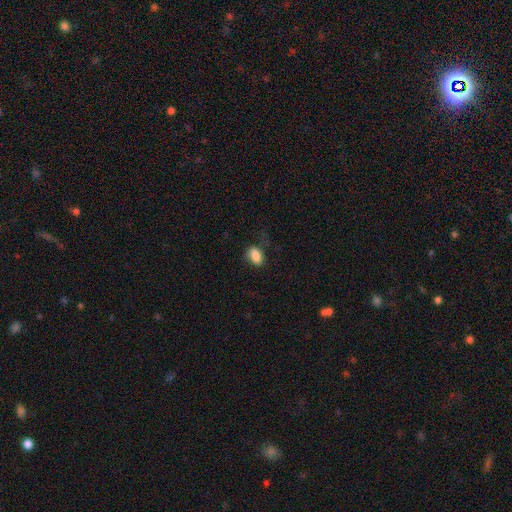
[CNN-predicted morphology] Smooth or featured?
  - smooth: 83% *
  - featured or disk: 8%
  - star or artifact: 8%
How rounded?
  - in between: 87% *
  - round: 11%
  - cigar-shaped: 2%
Merging?
  - none: 57% *
  - minor disturbance: 26%
  - major disturbance: 15%
  - merger: 2%